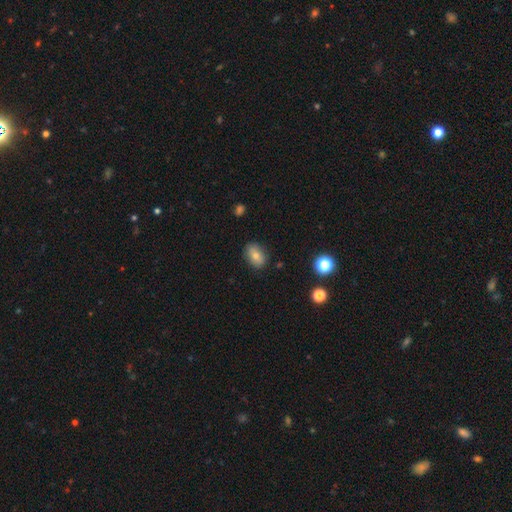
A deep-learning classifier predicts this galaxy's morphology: Overall: smooth (73%). How rounded: in between (76%). Merging: none (84%).